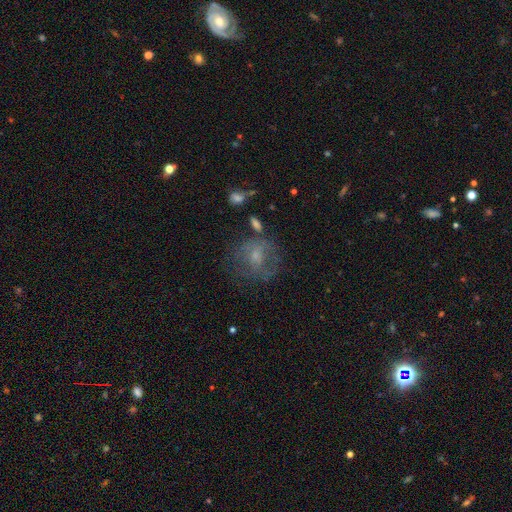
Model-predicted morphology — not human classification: The model was most divided on "smooth or featured": featured or disk: 44%, smooth: 42%, star or artifact: 14%. More confident: merging — none (54%).